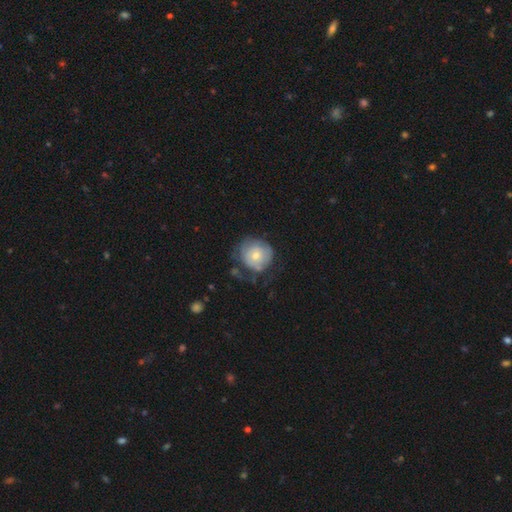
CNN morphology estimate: Overall: smooth (55%; featured or disk 38%). How rounded: round (90%). Merging: none (49%; minor disturbance 28%).